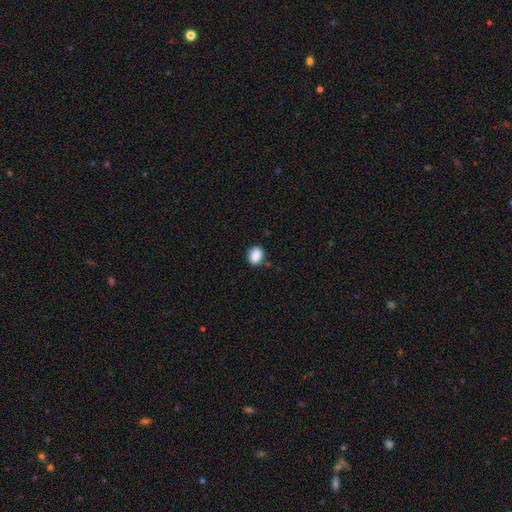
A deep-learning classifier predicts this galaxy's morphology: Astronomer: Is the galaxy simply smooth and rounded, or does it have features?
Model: smooth — 89%.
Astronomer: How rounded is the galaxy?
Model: in between — 54% (runner-up: round, 45%).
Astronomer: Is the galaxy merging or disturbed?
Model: none — 82%.